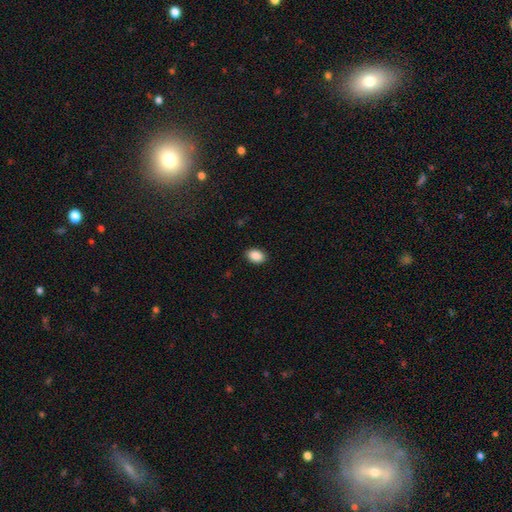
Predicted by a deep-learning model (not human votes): Smooth or featured? Predicted: smooth (p=0.89). How rounded? Predicted: in between (p=0.80). Merging? Predicted: none (p=0.89).